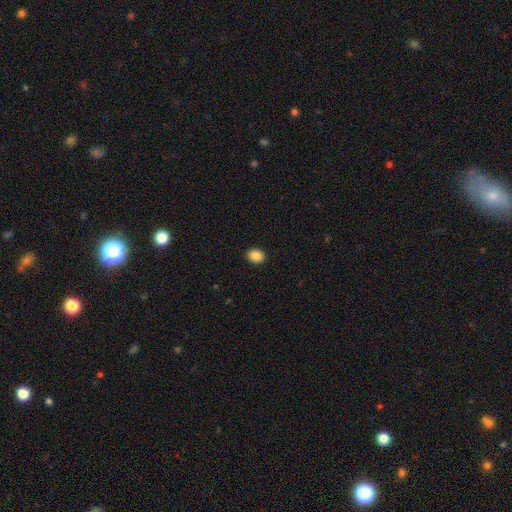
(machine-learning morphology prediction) Smooth or featured? smooth (87%)
How rounded? round (52%)
Merging? none (91%)